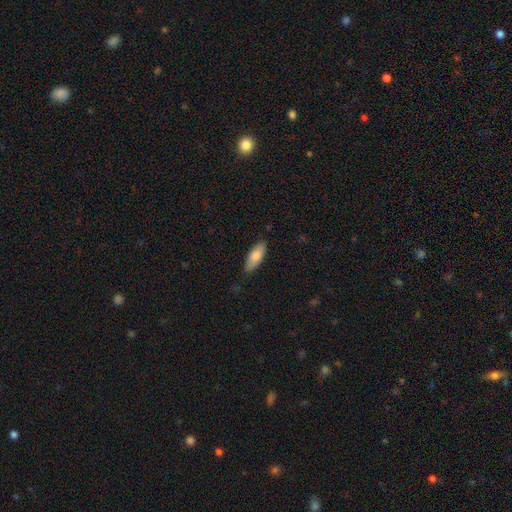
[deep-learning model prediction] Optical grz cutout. It shows a smooth galaxy with no disk features (78%) that is in between round and cigar-shaped (69%). Merging: none (85%).